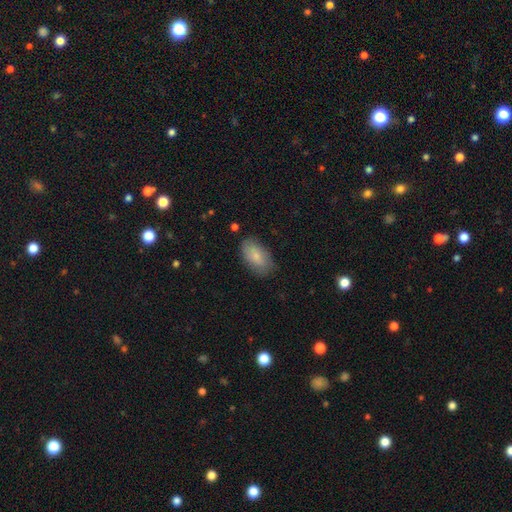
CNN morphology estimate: type=smooth (77%); roundness=in between (93%); merging=none (79%).